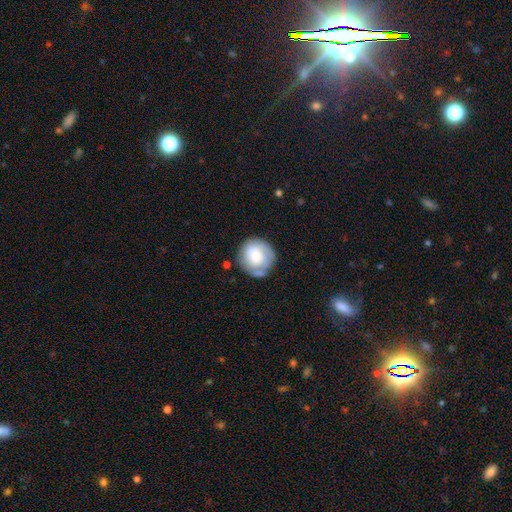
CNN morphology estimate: This is likely a smooth galaxy (67%). How rounded: clearly round (89%). Merging: likely none (62%).